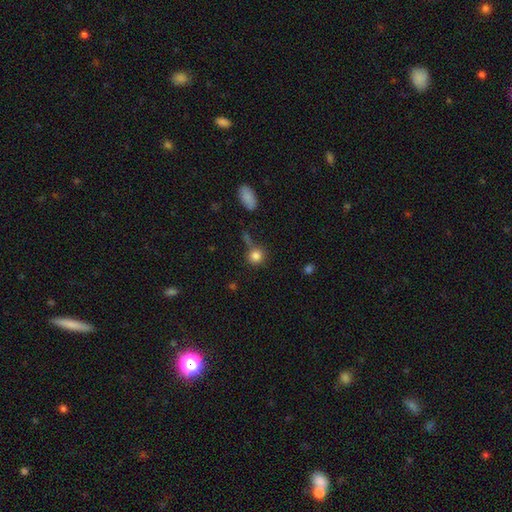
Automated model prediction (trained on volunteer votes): Overall: smooth (83%). How rounded: round (90%). Merging: none (71%).